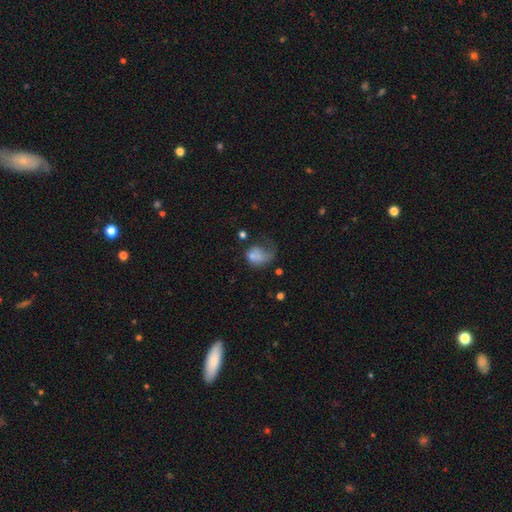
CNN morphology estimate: Smooth or featured: smooth — 64% (featured or disk — 26%)
How rounded: in between — 57% (round — 42%)
Merging: major disturbance — 55% (minor disturbance — 19%)